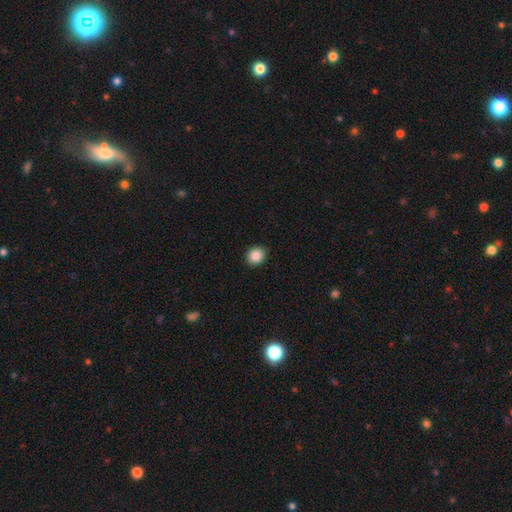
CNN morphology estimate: smooth-or-featured: smooth: 87% | star or artifact: 9% | featured or disk: 4%
  how-rounded: round: 71% | in between: 28% | cigar-shaped: 1%
  merging: none: 91% | minor disturbance: 6% | major disturbance: 2% | merger: 1%